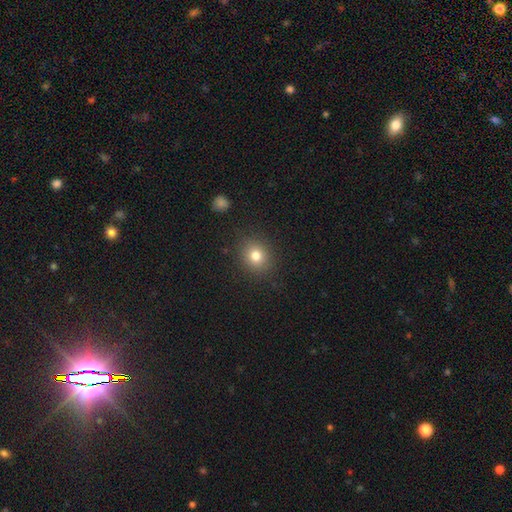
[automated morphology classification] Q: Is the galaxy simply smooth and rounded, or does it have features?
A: smooth — 79%.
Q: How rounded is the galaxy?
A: round — 77%.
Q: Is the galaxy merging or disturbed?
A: none — 88%.